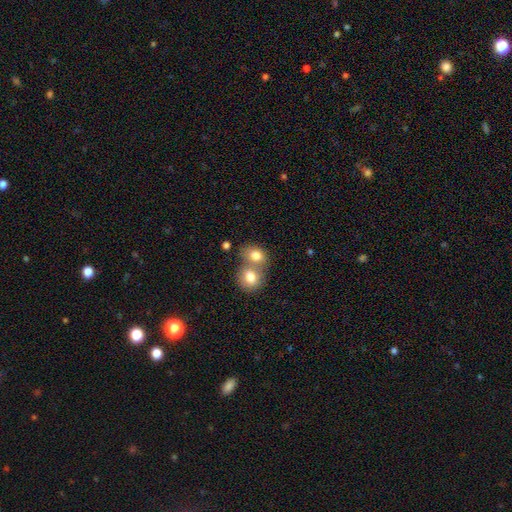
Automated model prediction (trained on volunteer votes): A smooth galaxy with no disk features (79%) that is round (55%). Merging: merger (63%).